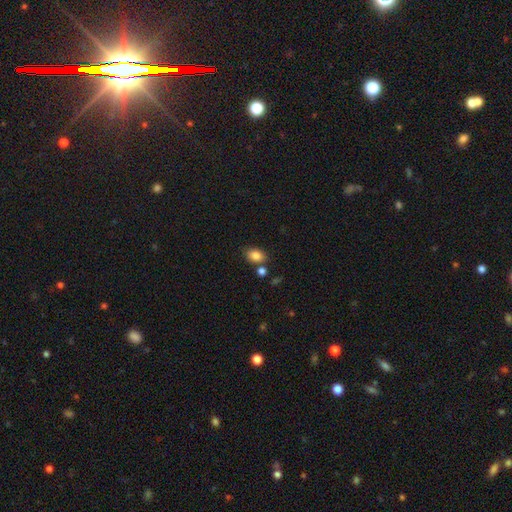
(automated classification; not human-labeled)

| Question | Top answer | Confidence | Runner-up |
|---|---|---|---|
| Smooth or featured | smooth | 85% | star or artifact (9%) |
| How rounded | in between | 76% | round (23%) |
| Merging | none | 72% | minor disturbance (13%) |